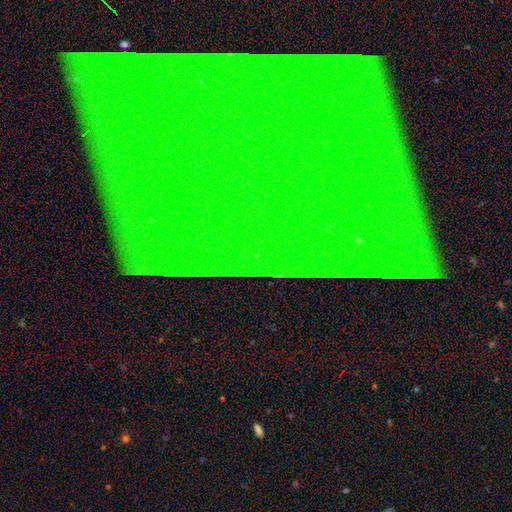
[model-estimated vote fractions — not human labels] Overall: star or artifact (85%).